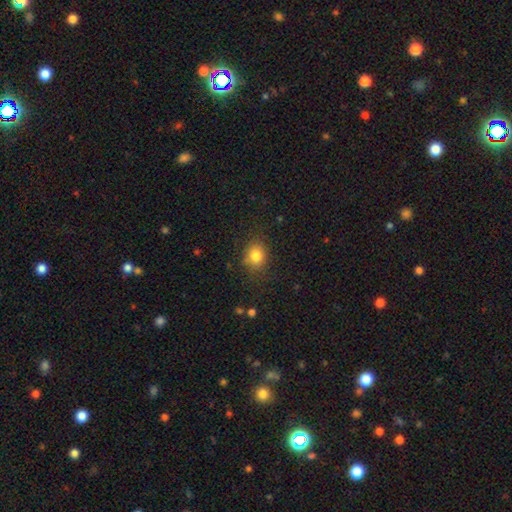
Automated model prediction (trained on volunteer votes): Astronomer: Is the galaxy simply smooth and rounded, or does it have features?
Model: smooth — 82%.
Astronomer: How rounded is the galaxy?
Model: round — 63%.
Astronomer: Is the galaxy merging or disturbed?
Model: none — 80%.